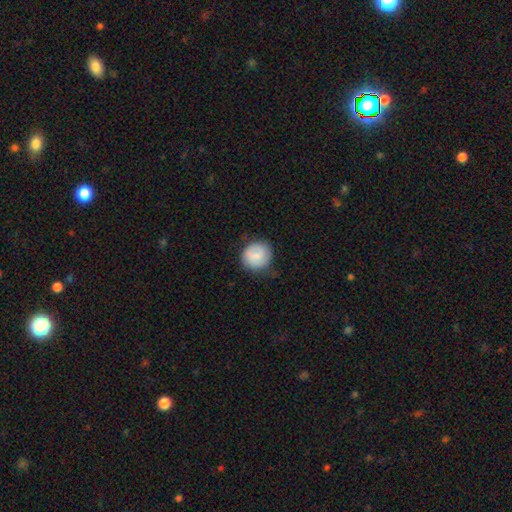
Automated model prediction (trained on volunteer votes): smooth_or_featured: smooth (p=0.77) [alt: featured or disk p=0.17]
how_rounded: round (p=0.88) [alt: in between p=0.11]
merging: none (p=0.77) [alt: minor disturbance p=0.17]